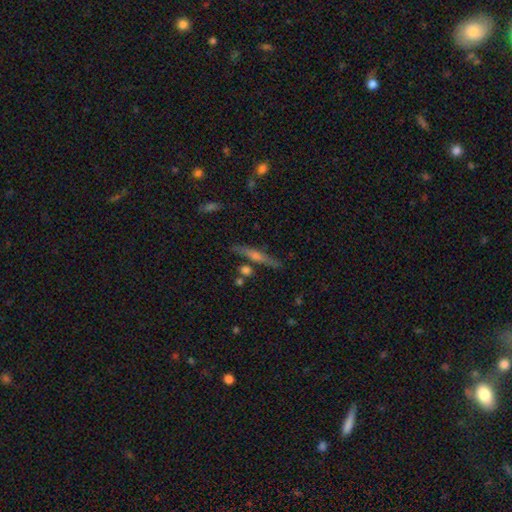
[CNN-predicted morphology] A featured or disk galaxy (60%) viewed edge-on (95%) with a rounded central bulge (71%).

Vote fractions:
- Smooth or featured? featured or disk: 60% / smooth: 32% / star or artifact: 8%
- Edge-on disk? yes: 95% / no: 5%
- Edge-on bulge? rounded: 71% / none: 20% / boxy: 9%
- Merging? none: 82% / minor disturbance: 10% / merger: 5% / major disturbance: 2%